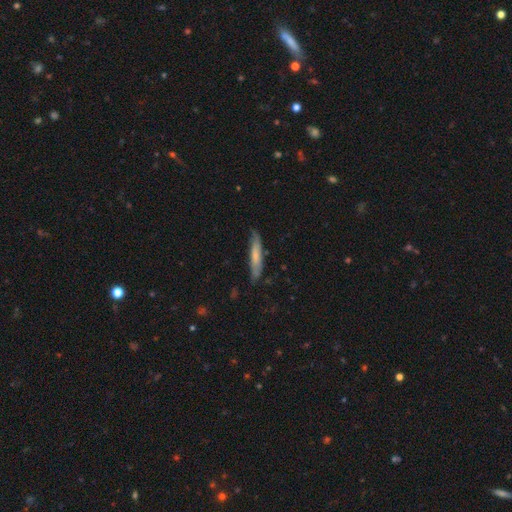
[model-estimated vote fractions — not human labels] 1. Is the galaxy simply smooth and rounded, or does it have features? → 60% smooth, 34% featured or disk, 6% star or artifact.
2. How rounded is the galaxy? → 90% cigar-shaped, 9% in between, 1% round.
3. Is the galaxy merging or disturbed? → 74% none, 20% minor disturbance, 4% major disturbance, 2% merger.